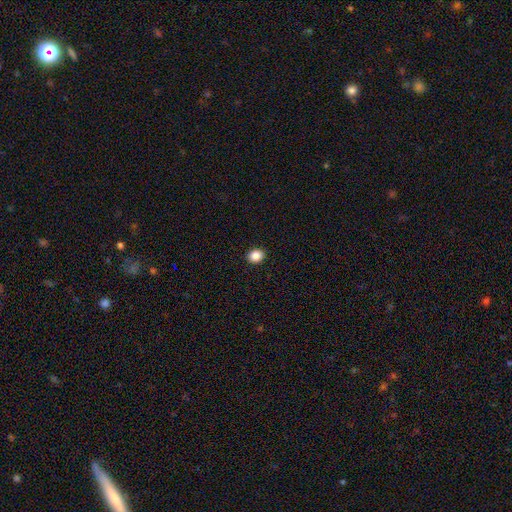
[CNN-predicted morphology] This is clearly a smooth galaxy (88%). How rounded: likely round (61%). Merging: clearly none (92%).